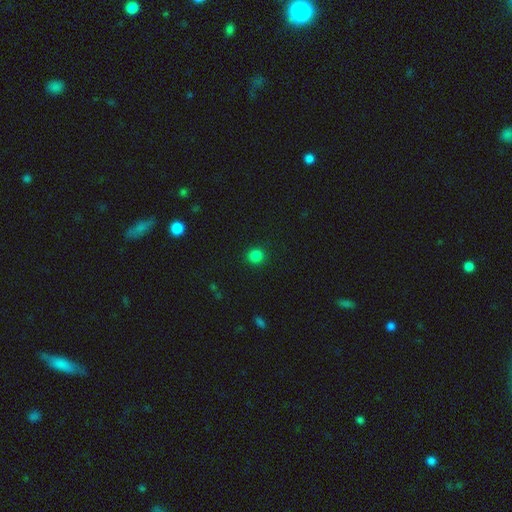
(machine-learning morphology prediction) type=smooth (84%); roundness=round (86%); merging=none (91%).